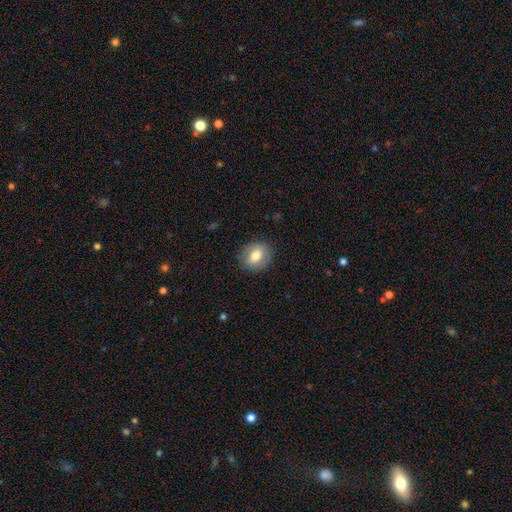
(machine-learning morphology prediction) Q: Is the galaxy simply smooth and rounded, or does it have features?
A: smooth — 71%.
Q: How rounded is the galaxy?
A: round — 62%.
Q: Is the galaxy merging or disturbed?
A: none — 86%.